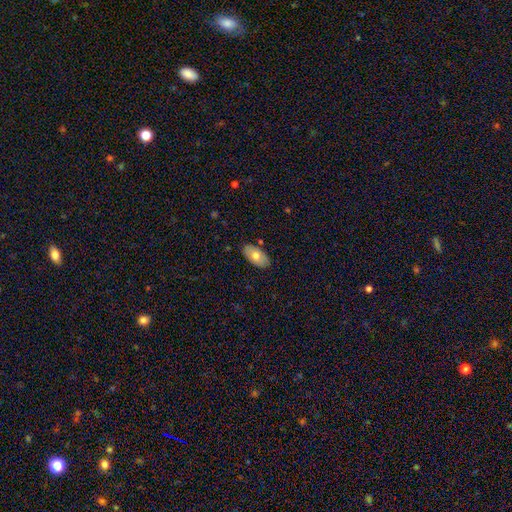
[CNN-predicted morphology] A smooth galaxy with no disk features (67%) that is in between round and cigar-shaped (94%). Merging: none (85%).